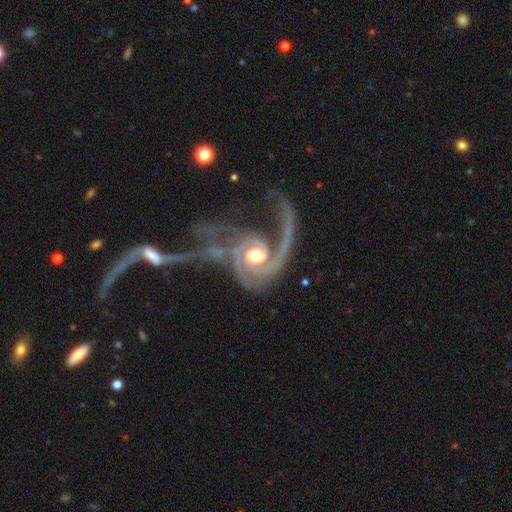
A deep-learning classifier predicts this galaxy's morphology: This appears to be a featured or disk galaxy (92%) with no bar (61%), 2 (52%) medium (39%) spiral arms (97%) and a moderate central bulge (73%). Merging: major disturbance (52%).